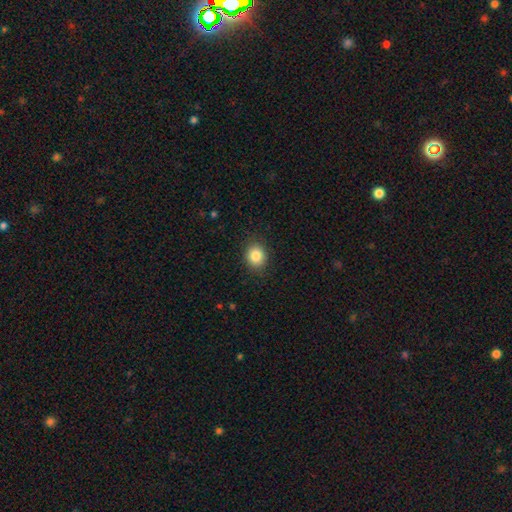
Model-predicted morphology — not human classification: Smooth or featured: smooth — 85% (star or artifact — 10%)
How rounded: round — 67% (in between — 32%)
Merging: none — 88% (minor disturbance — 9%)